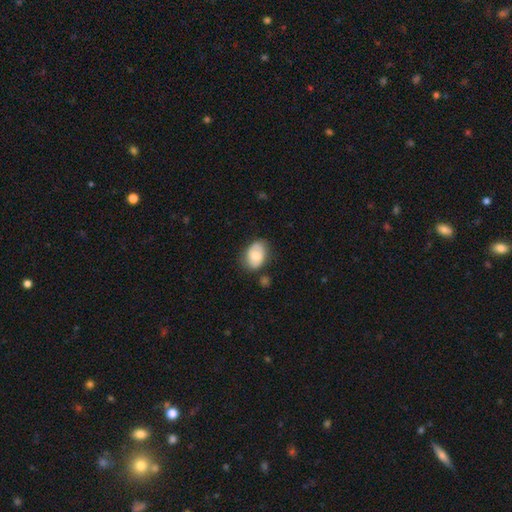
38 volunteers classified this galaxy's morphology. Smooth or featured?
  - smooth: 79% *
  - featured or disk: 18%
  - star or artifact: 3%
How rounded?
  - in between: 73% *
  - round: 27%
  - cigar-shaped: 0%
Merging?
  - none: 70% *
  - minor disturbance: 22%
  - major disturbance: 8%
  - merger: 0%